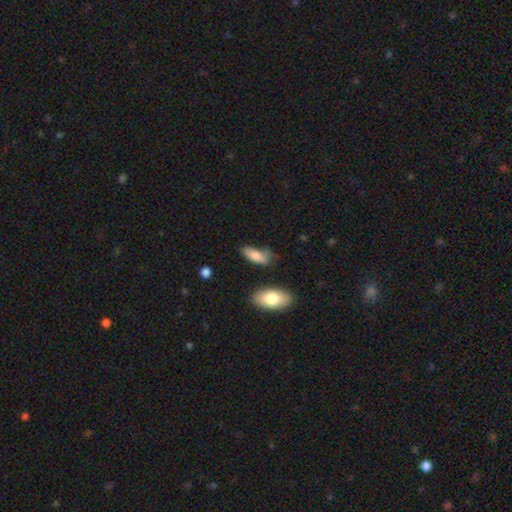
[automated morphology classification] A smooth galaxy with no disk features (81%) that is in between round and cigar-shaped (77%).

Vote fractions:
- Smooth or featured? smooth: 81% / featured or disk: 12% / star or artifact: 7%
- How rounded? in between: 77% / cigar-shaped: 20% / round: 3%
- Merging? none: 58% / minor disturbance: 28% / major disturbance: 7% / merger: 6%